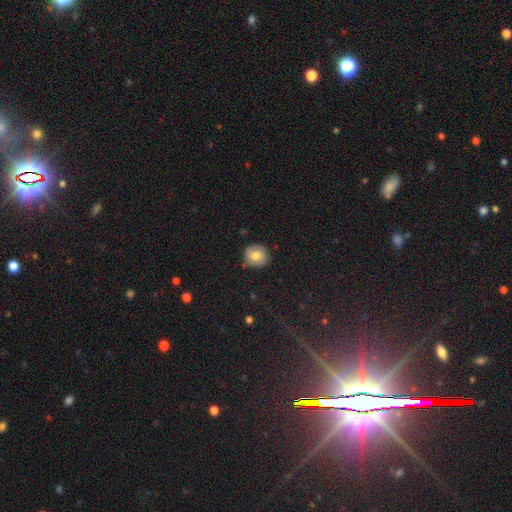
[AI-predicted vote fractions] smooth 77%, featured or disk 14%, star or artifact 9%. Down the decision tree: how rounded — round (86%); merging — none (83%).